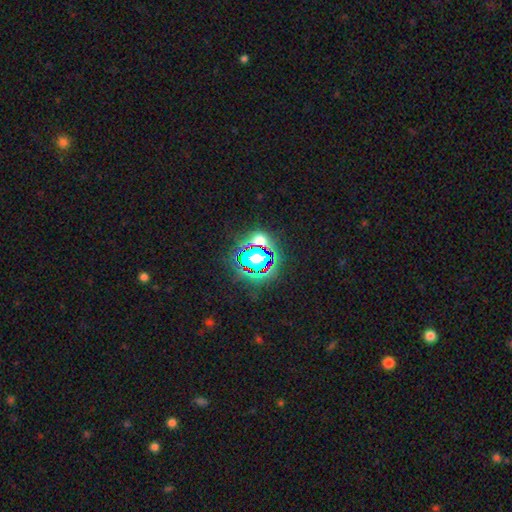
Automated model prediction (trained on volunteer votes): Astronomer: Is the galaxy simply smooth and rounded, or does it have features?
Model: star or artifact — 73%.